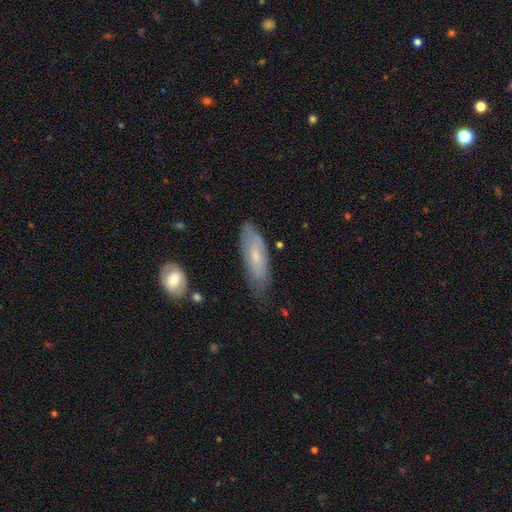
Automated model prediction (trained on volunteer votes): Smooth or featured? smooth (52%)
How rounded? in between (63%)
Merging? none (71%)